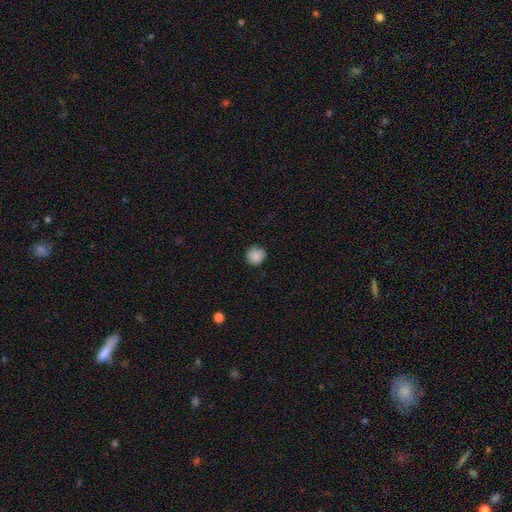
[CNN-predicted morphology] smooth 87%, star or artifact 8%, featured or disk 5%. Down the decision tree: how rounded — round (91%); merging — none (85%).